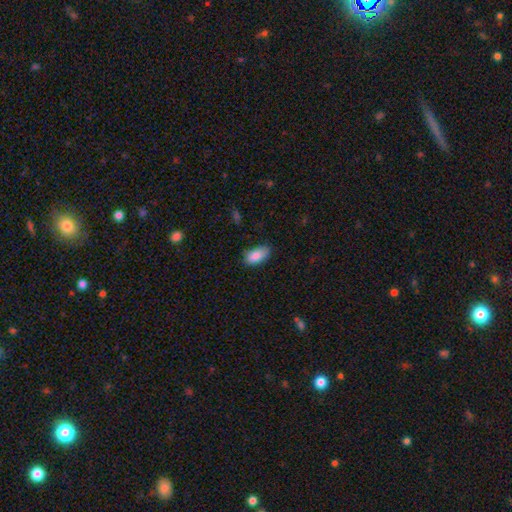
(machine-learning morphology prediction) Smooth or featured? Predicted: smooth (p=0.85). How rounded? Predicted: in between (p=0.93). Merging? Predicted: none (p=0.77).